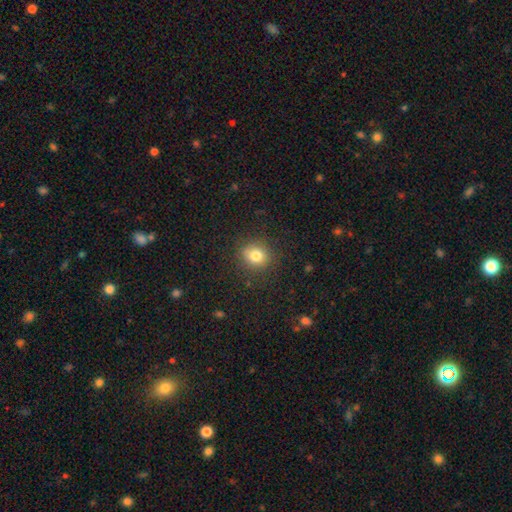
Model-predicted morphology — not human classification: smooth_or_featured: smooth (p=0.80) [alt: star or artifact p=0.13]
how_rounded: round (p=0.81) [alt: in between p=0.18]
merging: none (p=0.86) [alt: minor disturbance p=0.09]